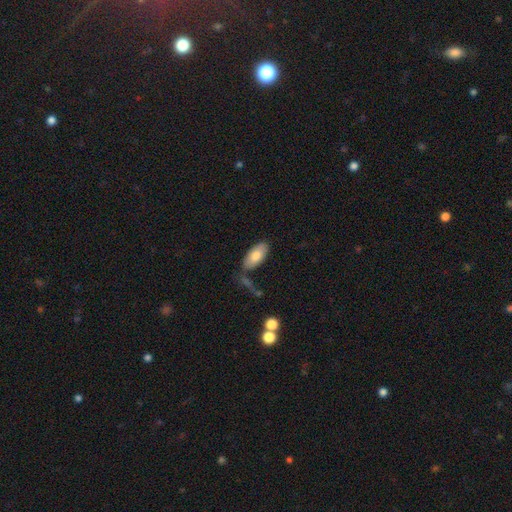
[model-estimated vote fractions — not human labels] Overall: smooth (78%). How rounded: in between (92%). Merging: none (72%).